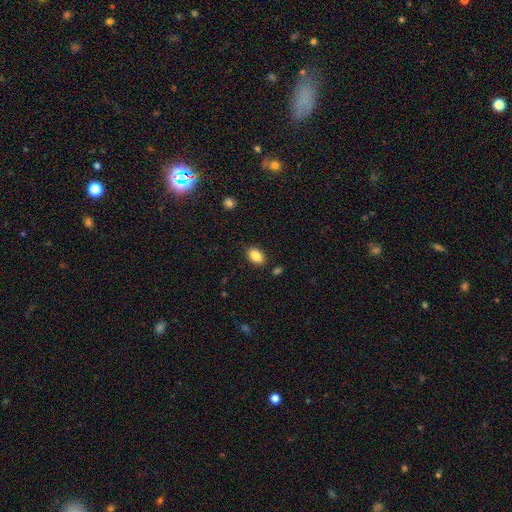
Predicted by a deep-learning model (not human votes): A smooth galaxy with no disk features (87%) that is in between round and cigar-shaped (89%).

Vote fractions:
- Smooth or featured? smooth: 87% / star or artifact: 8% / featured or disk: 5%
- How rounded? in between: 89% / round: 9% / cigar-shaped: 2%
- Merging? none: 85% / minor disturbance: 10% / major disturbance: 2% / merger: 2%